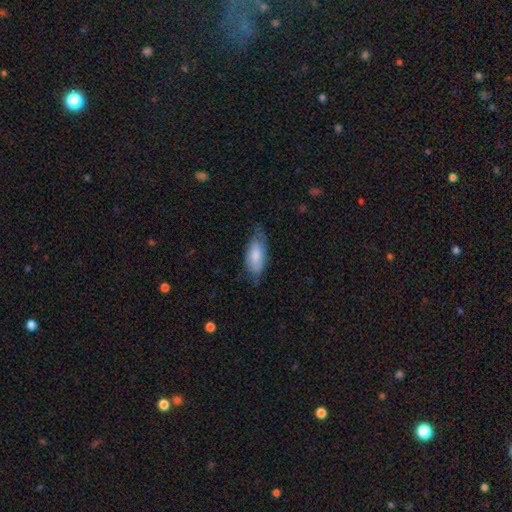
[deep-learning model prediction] Smooth or featured? smooth (72%)
How rounded? in between (85%)
Merging? none (60%)